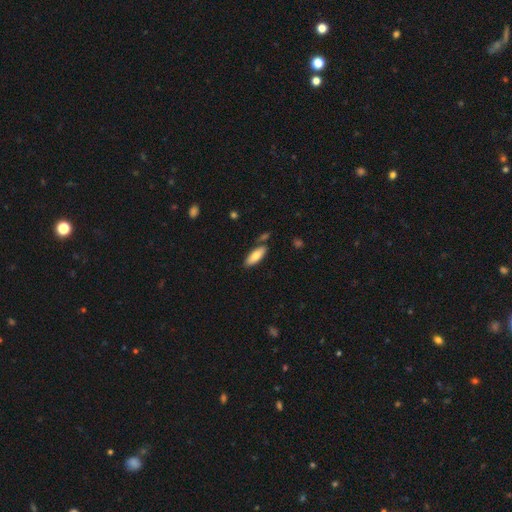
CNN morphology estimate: smooth-or-featured: smooth: 76% | featured or disk: 18% | star or artifact: 6%
  how-rounded: in between: 64% | cigar-shaped: 34% | round: 2%
  merging: none: 78% | minor disturbance: 13% | merger: 7% | major disturbance: 3%